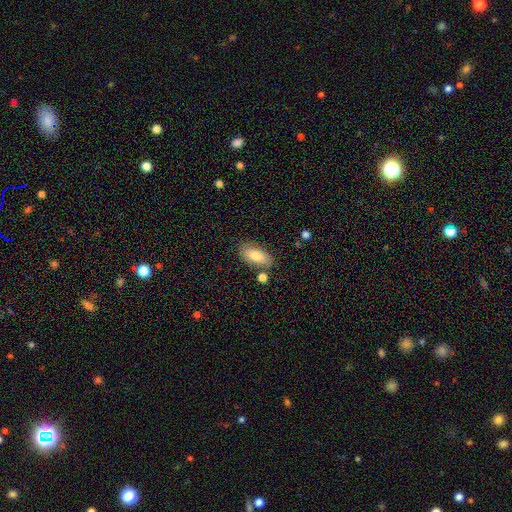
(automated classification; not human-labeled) smooth_or_featured: smooth (p=0.77) [alt: featured or disk p=0.16]
how_rounded: in between (p=0.89) [alt: cigar-shaped p=0.08]
merging: none (p=0.72) [alt: minor disturbance p=0.16]